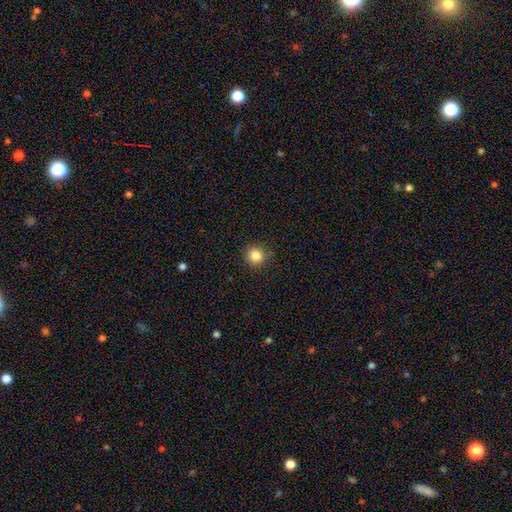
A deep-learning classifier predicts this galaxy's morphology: smooth-or-featured: smooth: 84% | star or artifact: 11% | featured or disk: 5%
  how-rounded: round: 94% | in between: 5% | cigar-shaped: 1%
  merging: none: 90% | minor disturbance: 7% | major disturbance: 2% | merger: 1%